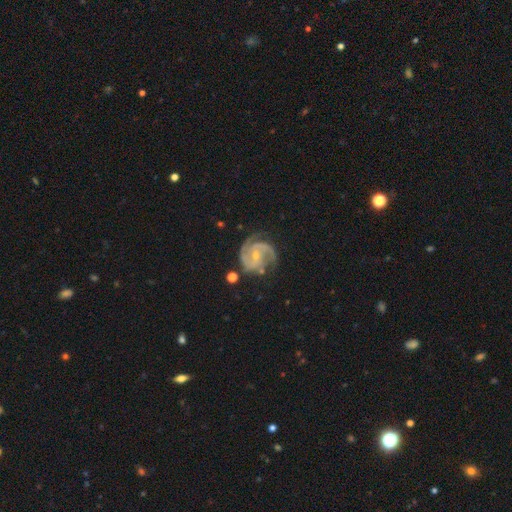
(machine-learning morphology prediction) The model was most divided on "spiral winding": medium: 49%, tight: 42%, loose: 8%. Remaining: edge-on disk — no (98%); spiral arms — yes (98%); smooth or featured — featured or disk (91%); bulge size — small (73%); merging — none (69%); bar — no (55%); spiral arm count — 2 (48%).